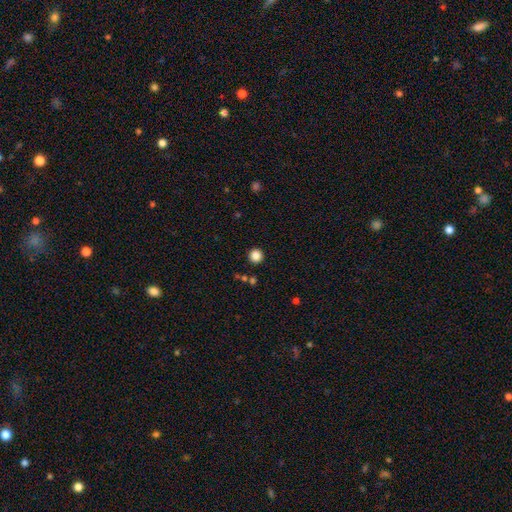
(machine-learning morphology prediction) The model was most divided on "smooth or featured": smooth: 85%, star or artifact: 11%, featured or disk: 4%. More confident: how rounded — round (94%); merging — none (91%).